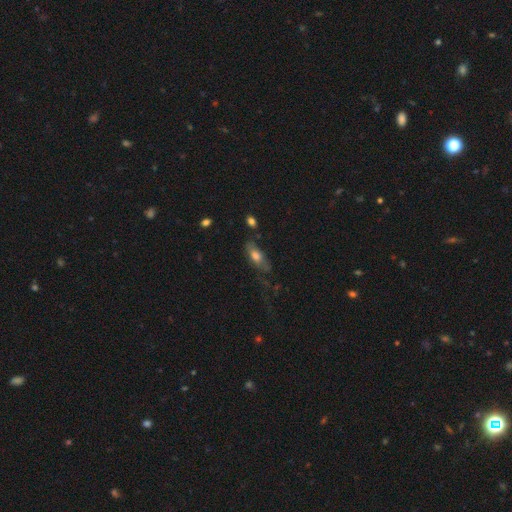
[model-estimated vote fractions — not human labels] smooth 64%, featured or disk 28%, star or artifact 8%. Down the decision tree: how rounded — in between (76%); merging — none (46%).